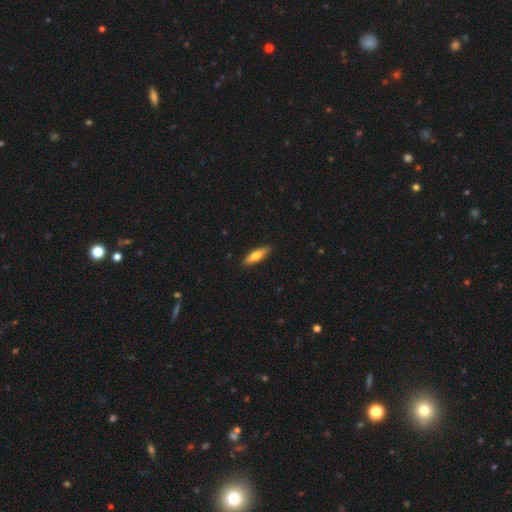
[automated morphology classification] smooth-or-featured: smooth: 72% | featured or disk: 22% | star or artifact: 6%
  how-rounded: cigar-shaped: 58% | in between: 40% | round: 2%
  merging: none: 89% | minor disturbance: 8% | major disturbance: 2% | merger: 1%